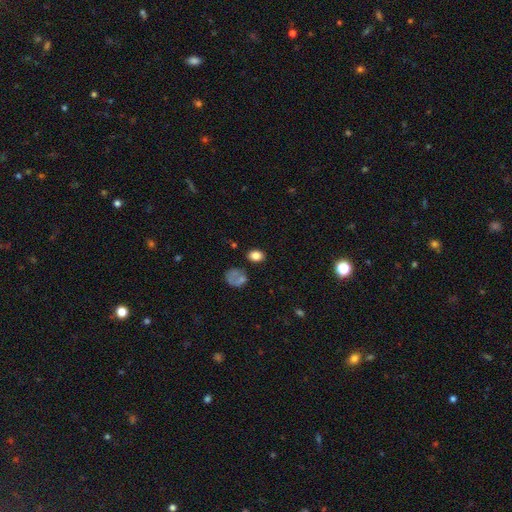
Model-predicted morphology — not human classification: This appears to be a smooth galaxy with no disk features (82%) that is in between round and cigar-shaped (69%). Merging: none (77%).